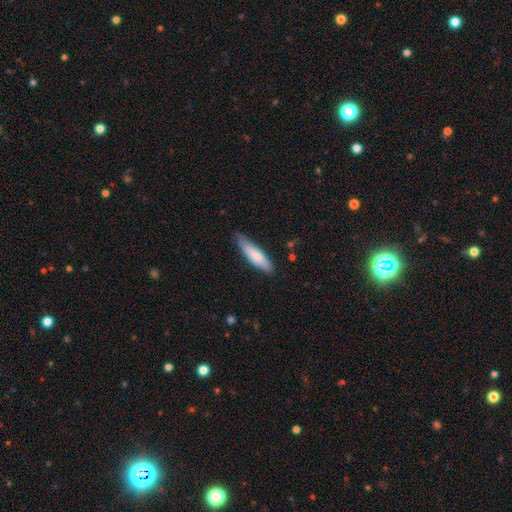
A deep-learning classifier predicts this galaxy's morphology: Smooth or featured? Predicted: smooth (p=0.77). How rounded? Predicted: cigar-shaped (p=0.70). Merging? Predicted: none (p=0.75).